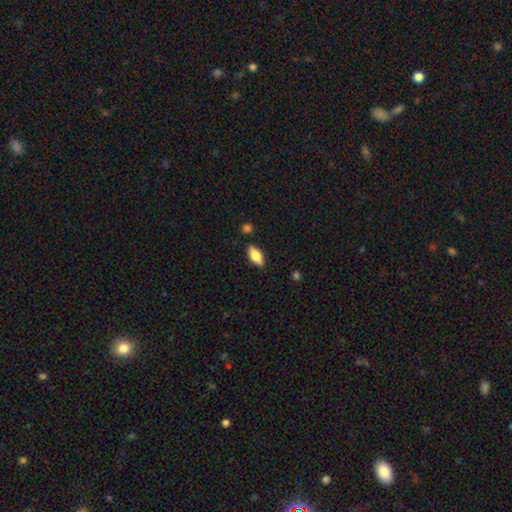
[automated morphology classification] type=smooth (77%); roundness=in between (85%); merging=none (85%).